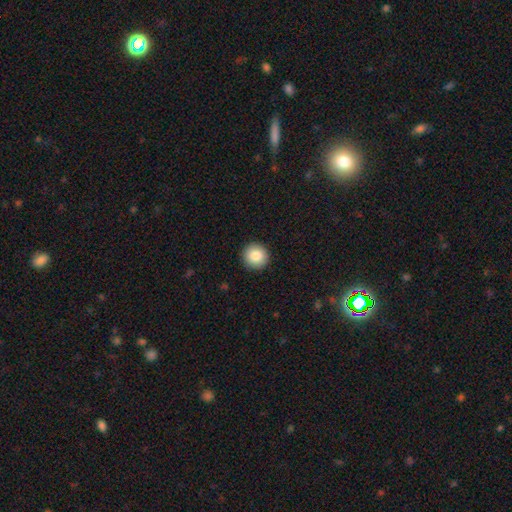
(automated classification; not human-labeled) A smooth galaxy with no disk features (86%) that is round (95%).

Vote fractions:
- Smooth or featured? smooth: 86% / star or artifact: 8% / featured or disk: 6%
- How rounded? round: 95% / in between: 4% / cigar-shaped: 1%
- Merging? none: 93% / minor disturbance: 5% / major disturbance: 2% / merger: 1%